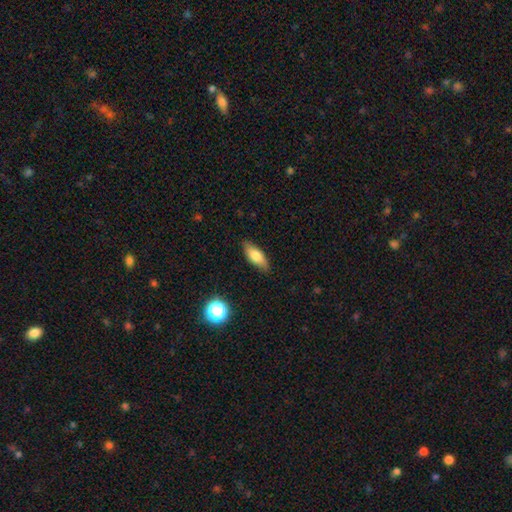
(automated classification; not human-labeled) smooth-or-featured: smooth: 75% | featured or disk: 18% | star or artifact: 7%
  how-rounded: in between: 76% | cigar-shaped: 21% | round: 3%
  merging: none: 85% | minor disturbance: 12% | major disturbance: 2% | merger: 1%